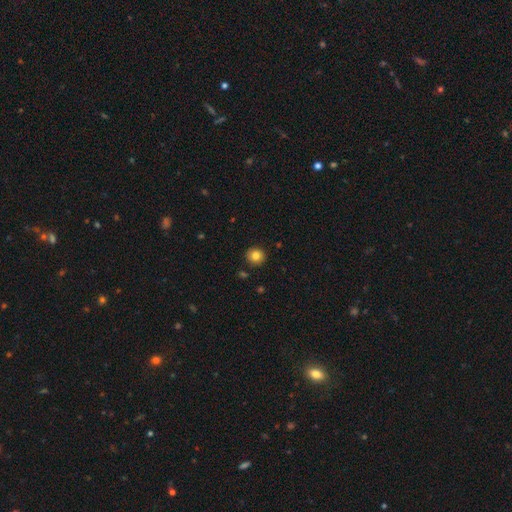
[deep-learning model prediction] Smooth or featured? Predicted: smooth (p=0.82). How rounded? Predicted: round (p=0.90). Merging? Predicted: none (p=0.90).